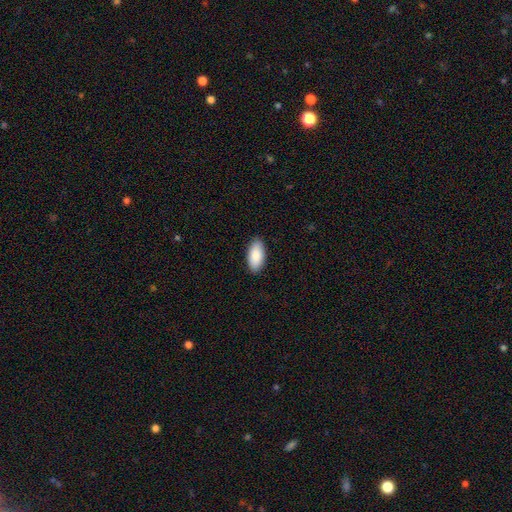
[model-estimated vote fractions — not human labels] A smooth galaxy with no disk features (88%) that is in between round and cigar-shaped (93%).

Vote fractions:
- Smooth or featured? smooth: 88% / featured or disk: 7% / star or artifact: 6%
- How rounded? in between: 93% / cigar-shaped: 6% / round: 2%
- Merging? none: 89% / minor disturbance: 8% / major disturbance: 2% / merger: 1%